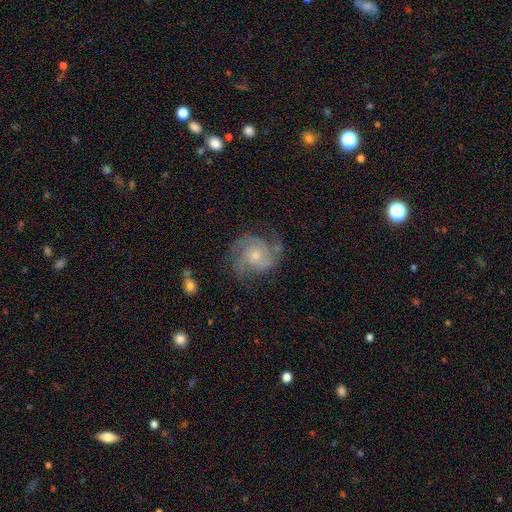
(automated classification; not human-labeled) Morphology: type=featured or disk (83%); edge-on=no (98%); bar=no (76%); spiral arms=yes (96%); winding=medium (45%); arm count=3 (47%); bulge=small (56%); merging=none (66%).